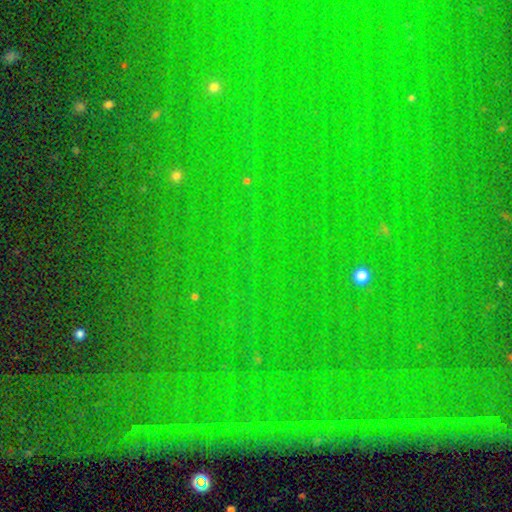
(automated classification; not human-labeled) Smooth or featured?
  - star or artifact: 84% *
  - smooth: 9%
  - featured or disk: 7%